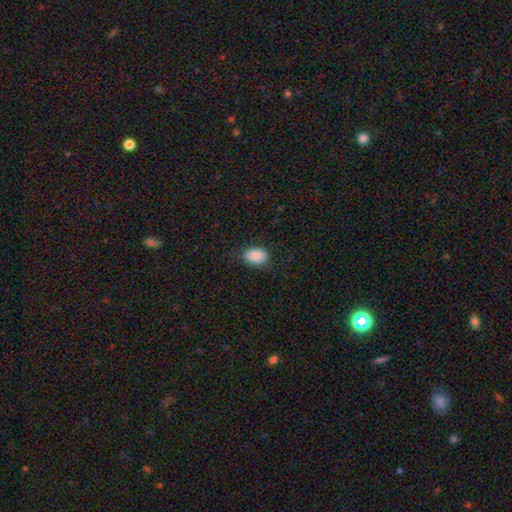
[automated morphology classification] Smooth or featured? smooth (88%)
How rounded? in between (81%)
Merging? none (81%)